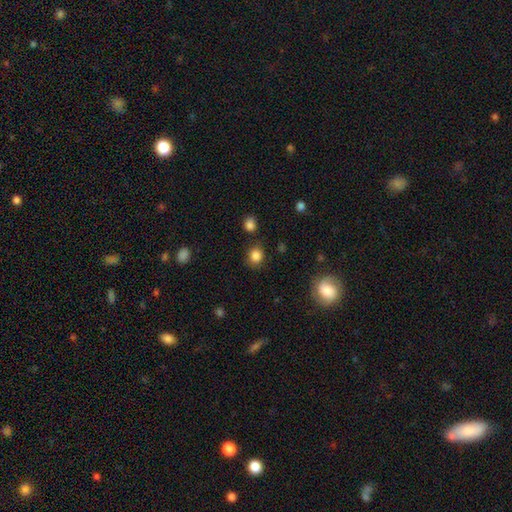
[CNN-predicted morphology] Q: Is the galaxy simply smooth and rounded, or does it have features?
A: smooth — 85%.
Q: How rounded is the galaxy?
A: round — 79%.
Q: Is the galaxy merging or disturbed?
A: none — 81%.